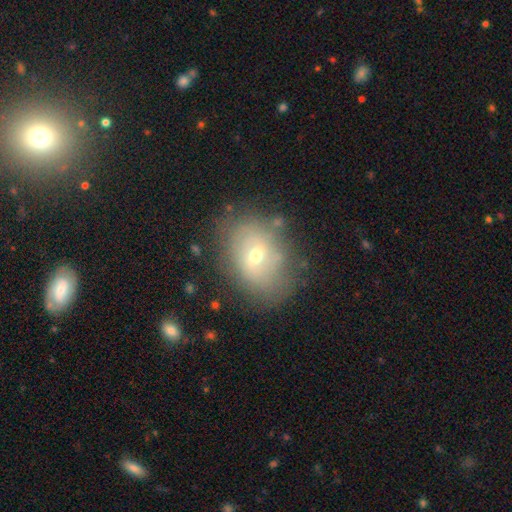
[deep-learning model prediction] This is possibly a smooth galaxy (46%). Merging: likely none (71%).